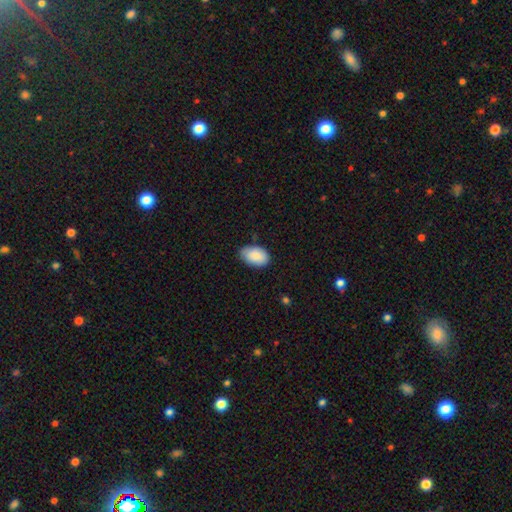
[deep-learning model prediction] Q: Smooth or featured?
A: smooth (86%); runner-up: featured or disk (8%)
Q: How rounded?
A: in between (92%); runner-up: round (7%)
Q: Merging?
A: none (72%); runner-up: minor disturbance (24%)